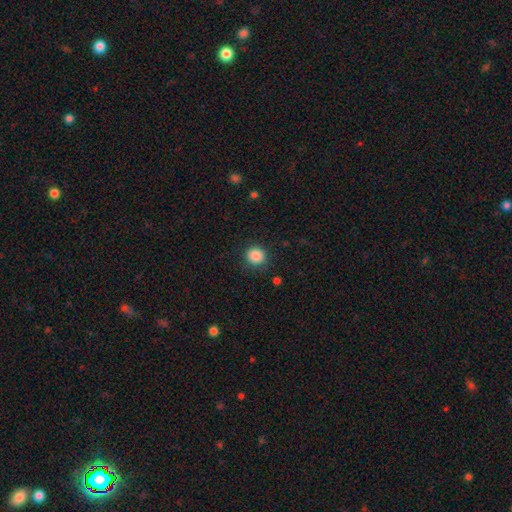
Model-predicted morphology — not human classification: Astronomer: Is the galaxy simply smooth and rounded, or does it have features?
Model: smooth — 87%.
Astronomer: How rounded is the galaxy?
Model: round — 89%.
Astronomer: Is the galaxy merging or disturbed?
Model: none — 87%.